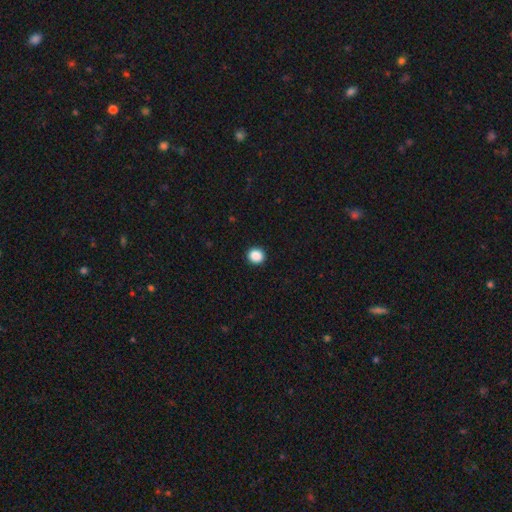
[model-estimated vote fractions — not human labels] Smooth or featured? smooth (88%)
How rounded? round (88%)
Merging? none (93%)